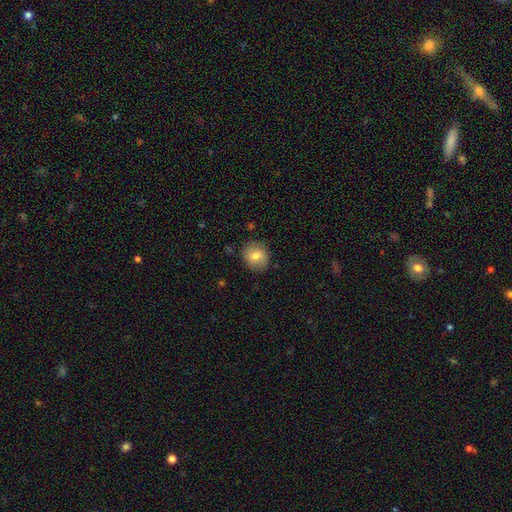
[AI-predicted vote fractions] Morphology: type=smooth (77%); roundness=round (82%); merging=none (86%).